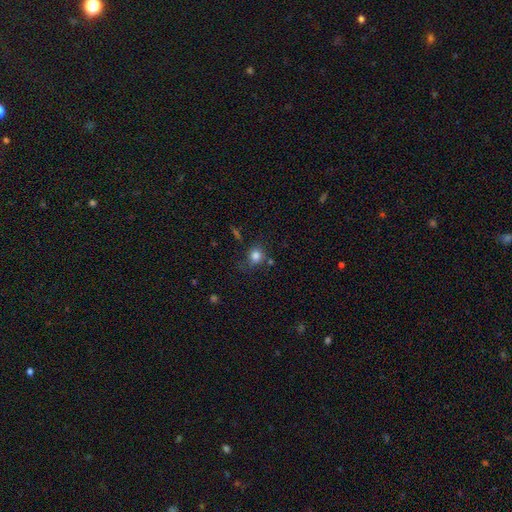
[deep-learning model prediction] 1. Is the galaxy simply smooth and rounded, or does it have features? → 82% smooth, 11% star or artifact, 7% featured or disk.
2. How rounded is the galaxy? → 75% round, 24% in between, 1% cigar-shaped.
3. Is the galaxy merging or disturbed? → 69% none, 19% minor disturbance, 6% major disturbance, 6% merger.